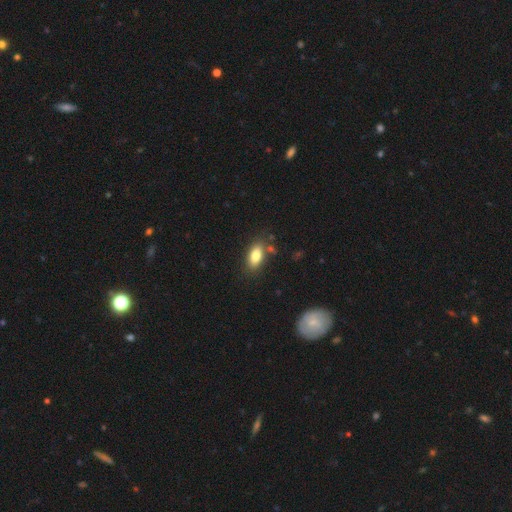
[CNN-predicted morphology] A smooth galaxy with no disk features (82%) that is in between round and cigar-shaped (88%).

Vote fractions:
- Smooth or featured? smooth: 82% / featured or disk: 10% / star or artifact: 8%
- How rounded? in between: 88% / cigar-shaped: 7% / round: 5%
- Merging? none: 78% / minor disturbance: 13% / merger: 5% / major disturbance: 3%